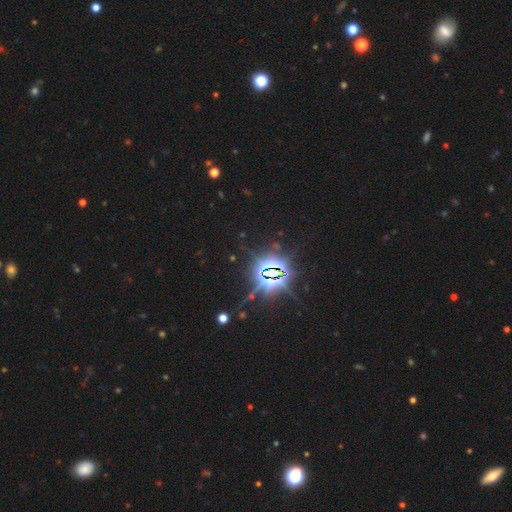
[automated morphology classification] A star or artifact, not a galaxy (85%).